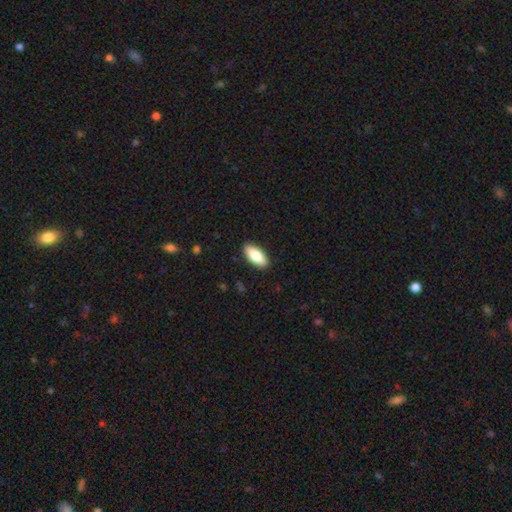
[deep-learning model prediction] Smooth or featured? Predicted: smooth (p=0.78). How rounded? Predicted: in between (p=0.83). Merging? Predicted: none (p=0.90).